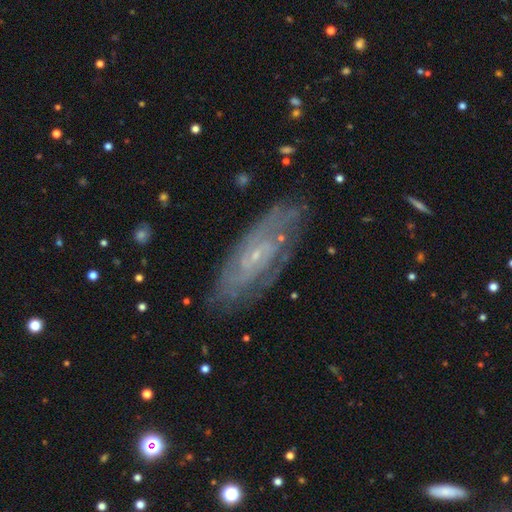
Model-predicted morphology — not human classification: This is likely a featured or disk galaxy (77%). It is clearly not viewed edge-on (85%). Bar: likely no (64%). Spiral arm pattern: clearly yes (89%). Spiral arm count: possibly can't tell (51%). Spiral winding: likely tight (60%). Central bulge: clearly small (83%). Merging: likely none (79%).